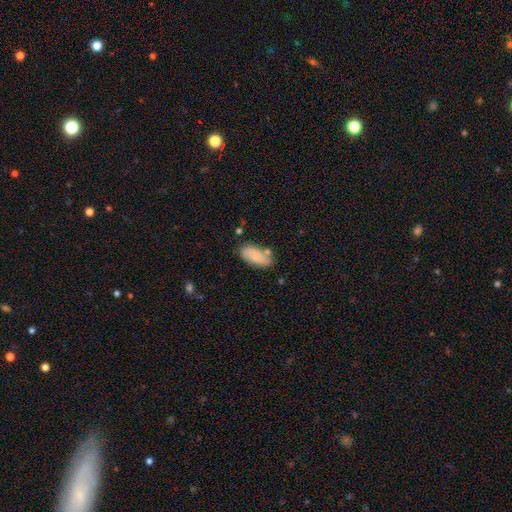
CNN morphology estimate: Overall: smooth (72%). How rounded: in between (89%). Merging: none (68%).